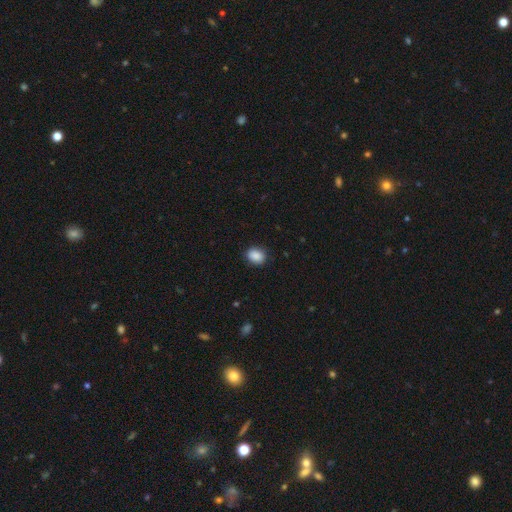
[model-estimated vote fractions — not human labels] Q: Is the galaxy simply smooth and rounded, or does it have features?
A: smooth — 89%.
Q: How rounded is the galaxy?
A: in between — 57%.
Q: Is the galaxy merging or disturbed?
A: none — 86%.